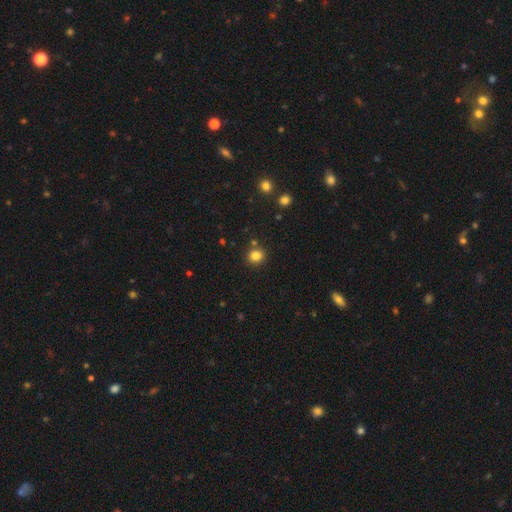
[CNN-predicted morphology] This is clearly a smooth galaxy (82%). How rounded: clearly round (80%). Merging: clearly none (84%).